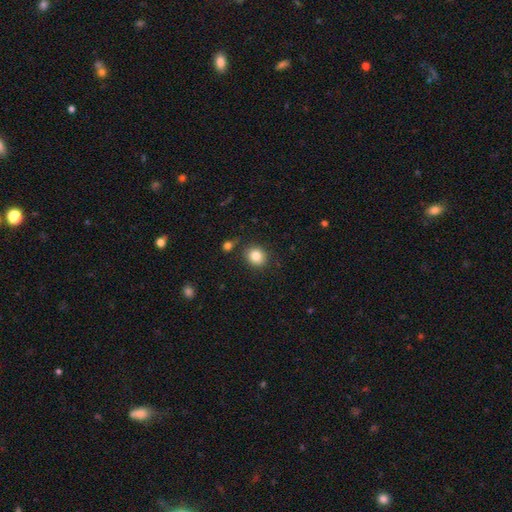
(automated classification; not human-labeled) The model was most divided on "how rounded": round: 74%, in between: 25%, cigar-shaped: 1%. More confident: merging — none (84%); smooth or featured — smooth (83%).